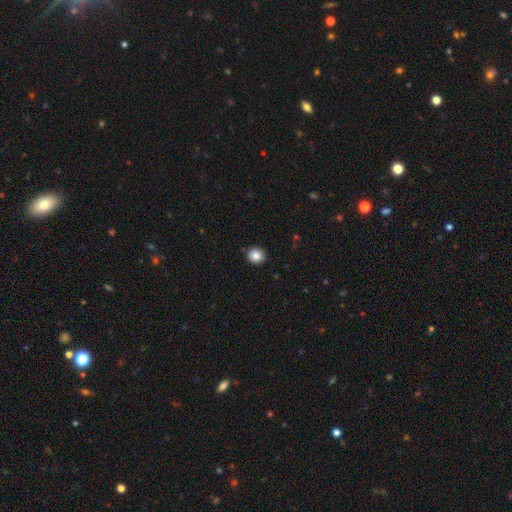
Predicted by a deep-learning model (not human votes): smooth 86%, star or artifact 10%, featured or disk 4%. Down the decision tree: how rounded — round (88%); merging — none (91%).